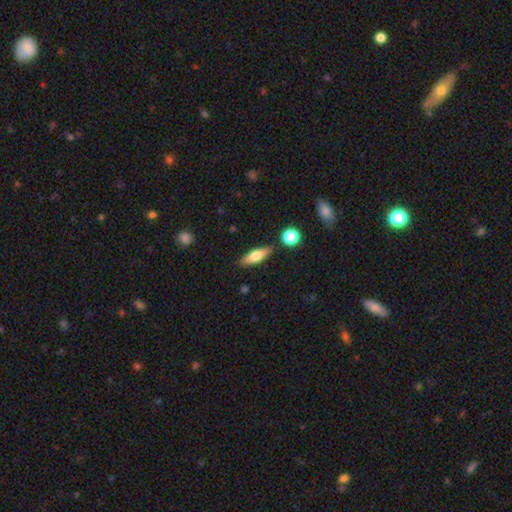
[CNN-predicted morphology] This appears to be a smooth galaxy with no disk features (64%) that is in between round and cigar-shaped (54%). Merging: none (83%).